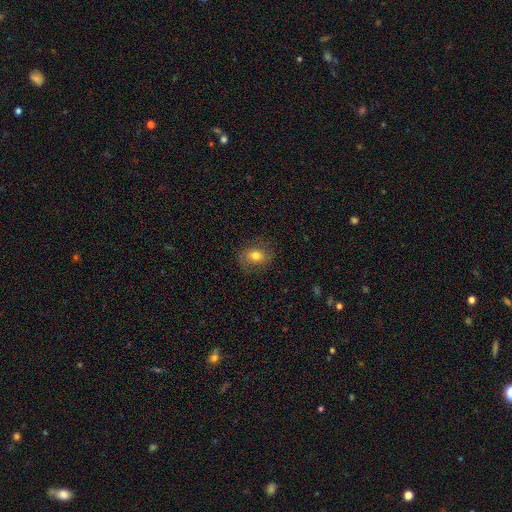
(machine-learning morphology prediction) Smooth or featured: smooth — 65% (featured or disk — 24%)
How rounded: round — 51% (in between — 48%)
Merging: none — 79% (minor disturbance — 15%)